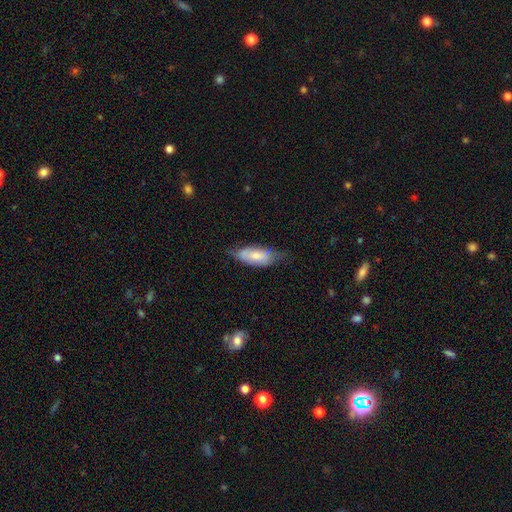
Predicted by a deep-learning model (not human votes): Q: Smooth or featured?
A: smooth (64%); runner-up: featured or disk (30%)
Q: How rounded?
A: in between (83%); runner-up: cigar-shaped (15%)
Q: Merging?
A: none (51%); runner-up: minor disturbance (36%)